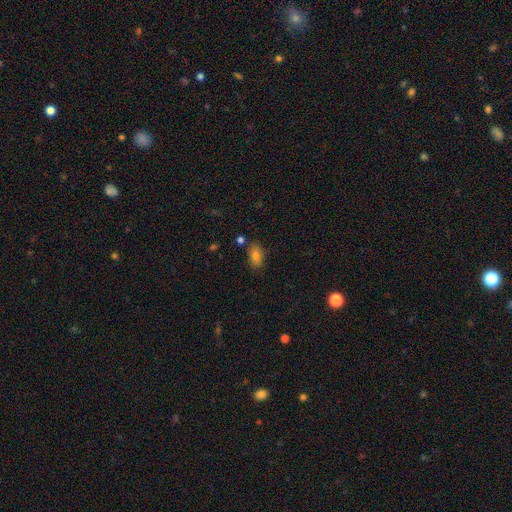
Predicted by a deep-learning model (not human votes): A smooth galaxy with no disk features (80%) that is in between round and cigar-shaped (89%).

Vote fractions:
- Smooth or featured? smooth: 80% / star or artifact: 10% / featured or disk: 10%
- How rounded? in between: 89% / round: 7% / cigar-shaped: 4%
- Merging? none: 81% / minor disturbance: 12% / merger: 4% / major disturbance: 3%